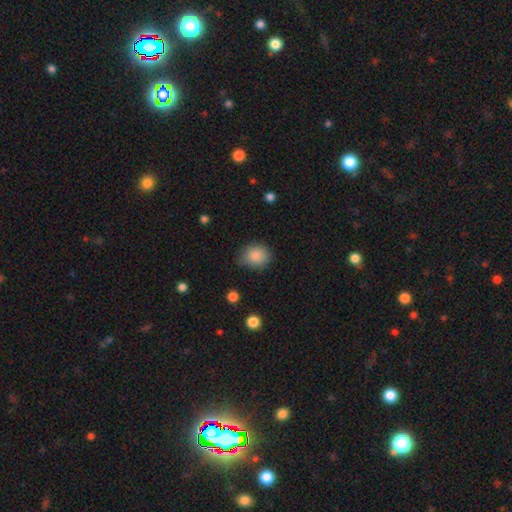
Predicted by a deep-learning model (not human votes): Morphology: type=smooth (86%); roundness=round (75%); merging=none (71%).